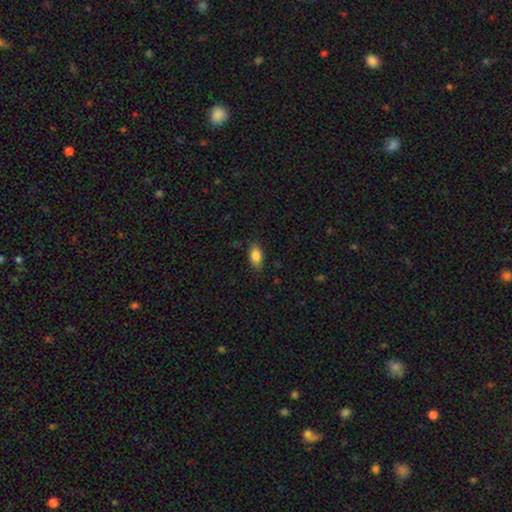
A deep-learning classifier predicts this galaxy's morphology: Smooth or featured? smooth (86%)
How rounded? in between (90%)
Merging? none (83%)